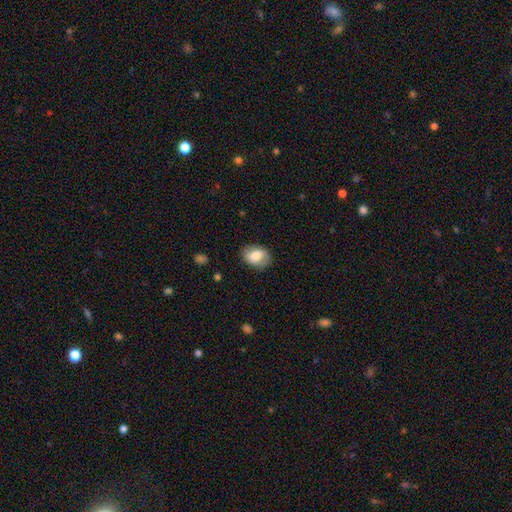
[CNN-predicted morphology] Q: Smooth or featured?
A: smooth (70%); runner-up: featured or disk (22%)
Q: How rounded?
A: in between (72%); runner-up: round (27%)
Q: Merging?
A: none (77%); runner-up: minor disturbance (17%)